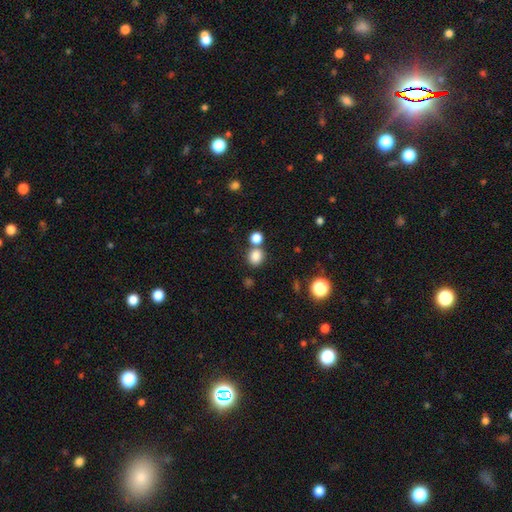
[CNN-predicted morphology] smooth 83%, star or artifact 12%, featured or disk 5%. Down the decision tree: how rounded — round (72%); merging — none (65%).